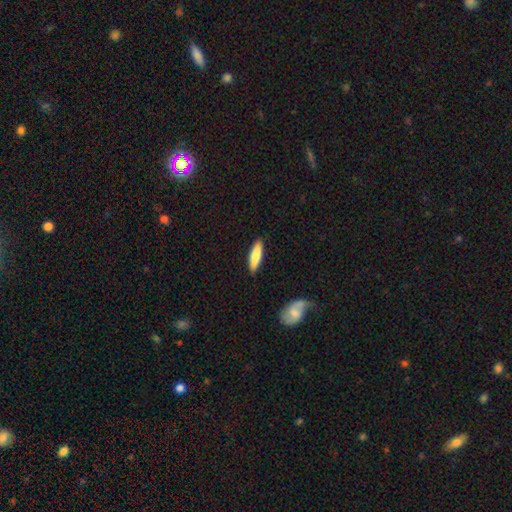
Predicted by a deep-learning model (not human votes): The model was most divided on "how rounded": cigar-shaped: 63%, in between: 35%, round: 2%. More confident: merging — none (88%); smooth or featured — smooth (82%).